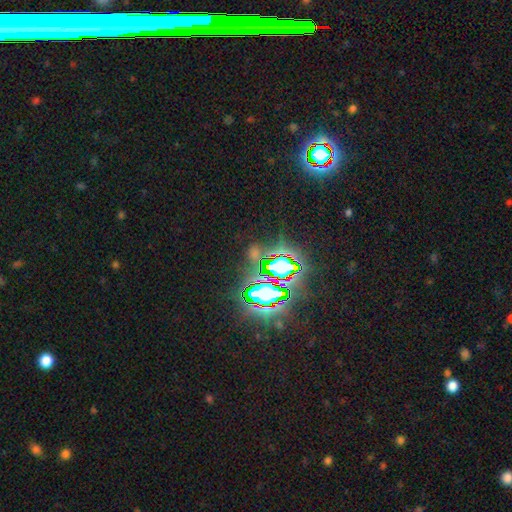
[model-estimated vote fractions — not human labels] smooth-or-featured: star or artifact: 79% | smooth: 12% | featured or disk: 9%